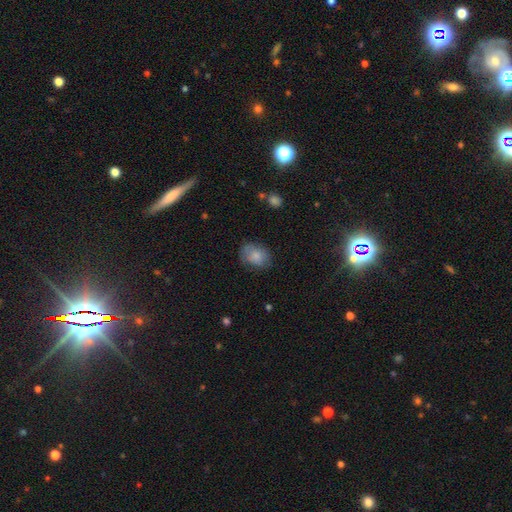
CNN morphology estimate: smooth 80%, featured or disk 12%, star or artifact 8%. Down the decision tree: how rounded — in between (65%); merging — none (65%).